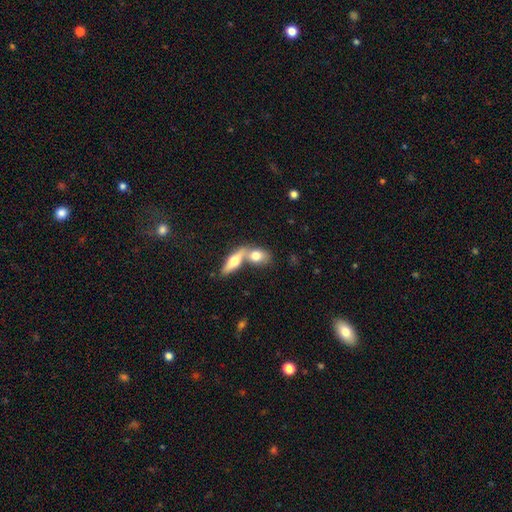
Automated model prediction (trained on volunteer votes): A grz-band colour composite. It shows a smooth galaxy with no disk features (69%) that is in between round and cigar-shaped (72%). Merging: merger (58%).